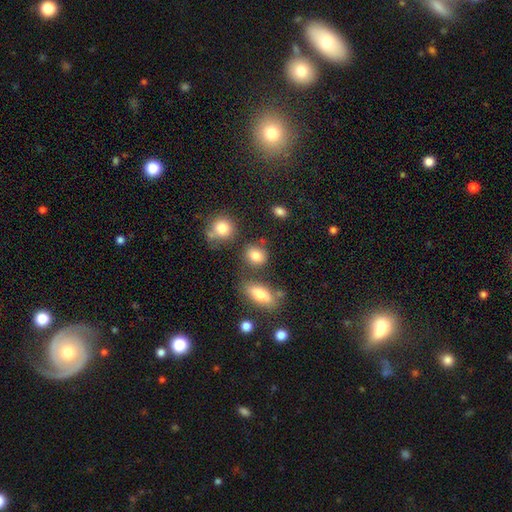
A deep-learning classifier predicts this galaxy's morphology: type=smooth (81%); roundness=round (60%); merging=none (71%).